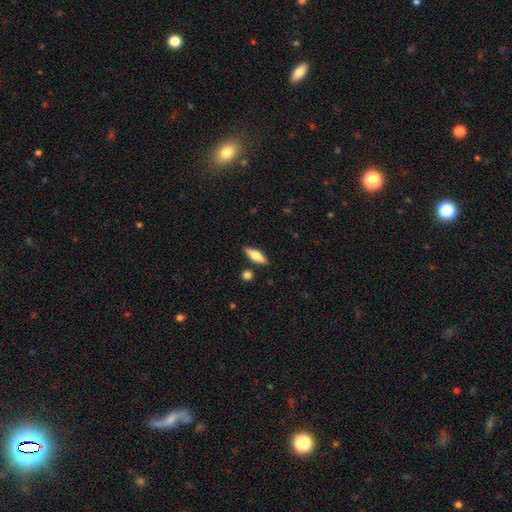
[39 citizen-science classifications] Q: Smooth or featured?
A: featured or disk (56%); runner-up: smooth (41%)
Q: Edge-on disk?
A: yes (100%)
Q: Edge-on bulge?
A: rounded (100%)
Q: Merging?
A: none (92%); runner-up: minor disturbance (3%)